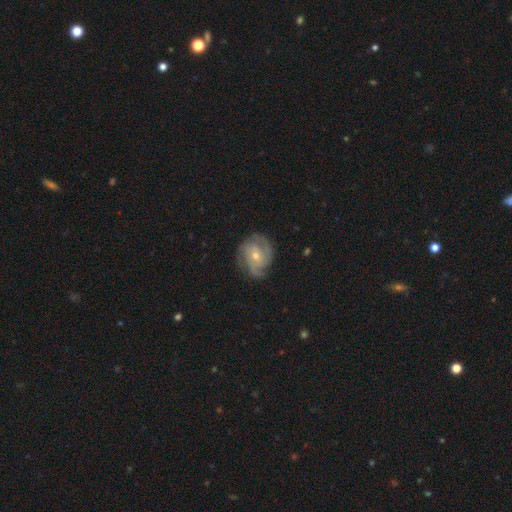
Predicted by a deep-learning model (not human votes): featured or disk 84%, smooth 10%, star or artifact 6%. Down the decision tree: edge-on disk — no (98%); bar — no (61%); spiral arms — yes (96%); spiral arm count — 3 (47%); spiral winding — tight (54%); bulge size — small (53%); merging — none (76%).